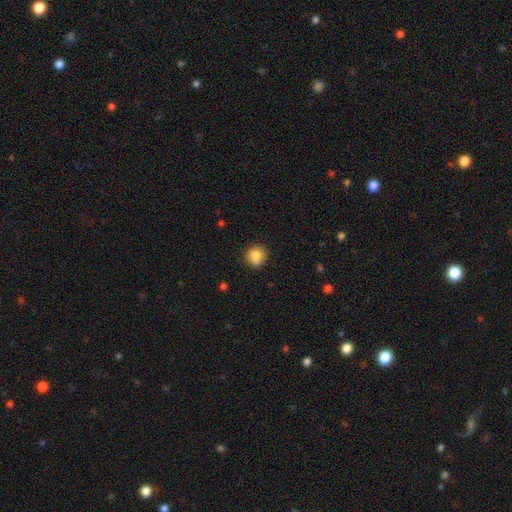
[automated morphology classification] Smooth or featured? smooth (84%)
How rounded? round (88%)
Merging? none (74%)